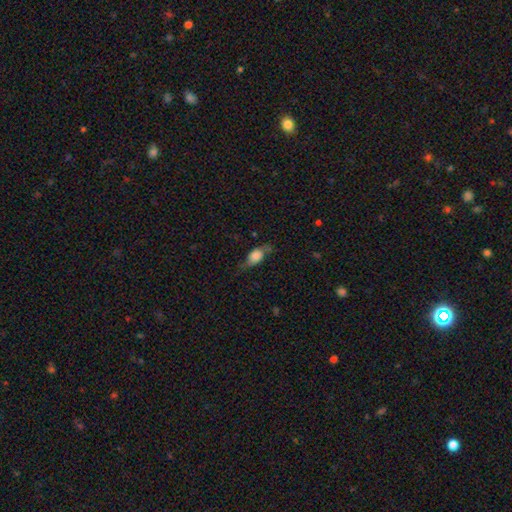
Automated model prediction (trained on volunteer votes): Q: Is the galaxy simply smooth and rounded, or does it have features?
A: smooth — 53%.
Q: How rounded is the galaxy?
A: in between — 77%.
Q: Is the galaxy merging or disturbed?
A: none — 58%.